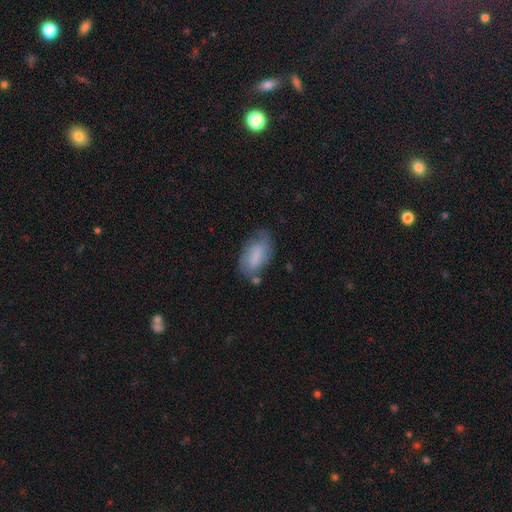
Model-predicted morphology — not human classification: Smooth or featured? smooth (70%)
How rounded? in between (90%)
Merging? none (52%)